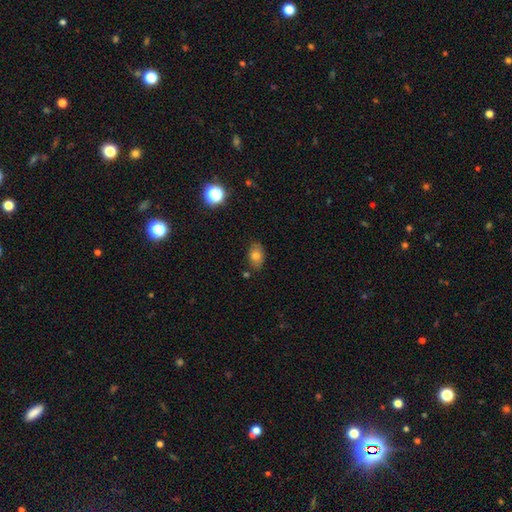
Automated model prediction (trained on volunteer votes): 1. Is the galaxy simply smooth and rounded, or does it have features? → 78% smooth, 11% featured or disk, 11% star or artifact.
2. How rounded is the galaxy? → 83% in between, 15% round, 2% cigar-shaped.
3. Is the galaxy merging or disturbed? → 79% none, 15% minor disturbance, 4% merger, 3% major disturbance.